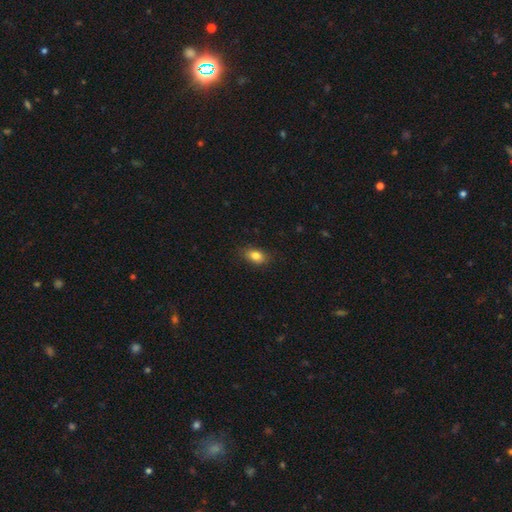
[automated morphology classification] A smooth galaxy with no disk features (82%) that is in between round and cigar-shaped (81%).

Vote fractions:
- Smooth or featured? smooth: 82% / star or artifact: 9% / featured or disk: 8%
- How rounded? in between: 81% / round: 16% / cigar-shaped: 3%
- Merging? none: 83% / minor disturbance: 13% / major disturbance: 3% / merger: 1%